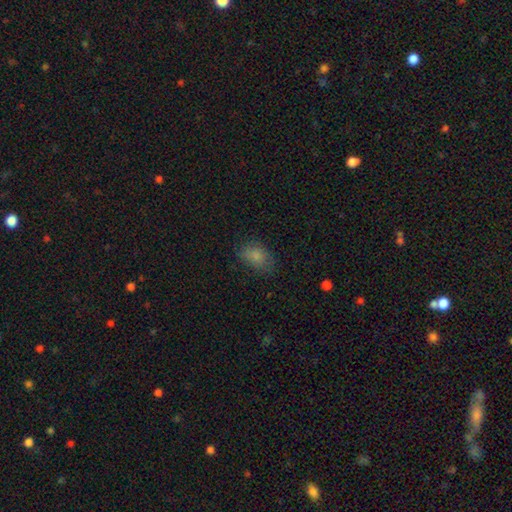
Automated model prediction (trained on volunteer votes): Smooth or featured?
  - smooth: 81% *
  - star or artifact: 11%
  - featured or disk: 8%
How rounded?
  - in between: 80% *
  - round: 19%
  - cigar-shaped: 2%
Merging?
  - none: 66% *
  - minor disturbance: 24%
  - major disturbance: 9%
  - merger: 1%